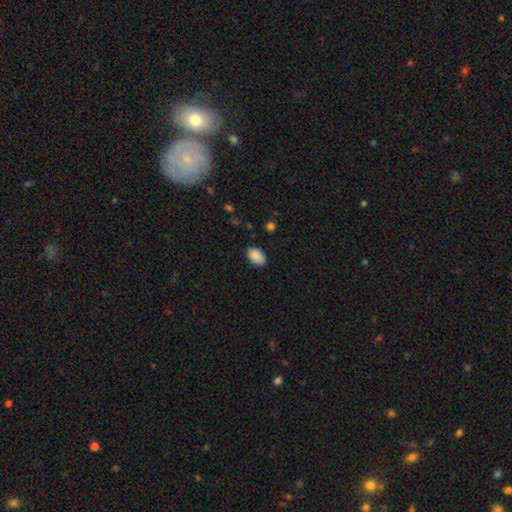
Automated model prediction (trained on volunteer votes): Q: Smooth or featured?
A: smooth (89%); runner-up: star or artifact (7%)
Q: How rounded?
A: in between (88%); runner-up: round (11%)
Q: Merging?
A: none (85%); runner-up: minor disturbance (12%)